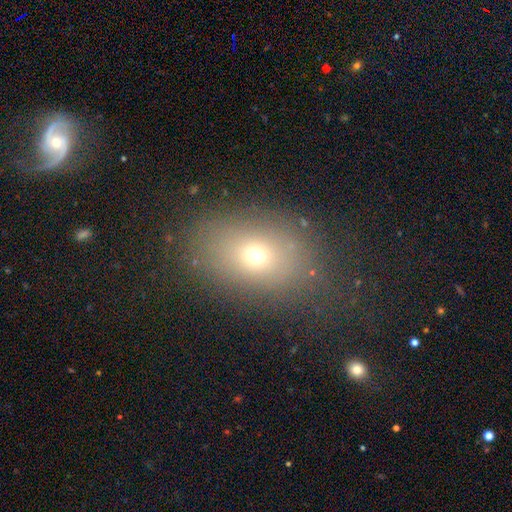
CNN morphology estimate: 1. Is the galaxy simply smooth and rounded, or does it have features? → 66% smooth, 19% star or artifact, 15% featured or disk.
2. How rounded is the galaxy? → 68% in between, 31% round, 1% cigar-shaped.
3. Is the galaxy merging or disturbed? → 77% none, 13% minor disturbance, 8% major disturbance, 2% merger.